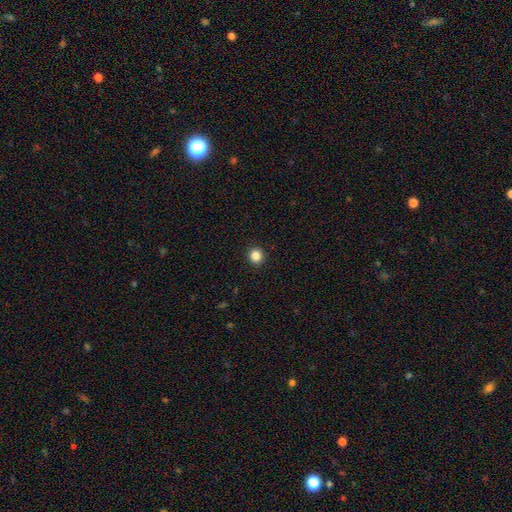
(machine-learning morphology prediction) smooth_or_featured: smooth (p=0.85) [alt: star or artifact p=0.11]
how_rounded: round (p=0.89) [alt: in between p=0.10]
merging: none (p=0.93) [alt: minor disturbance p=0.05]